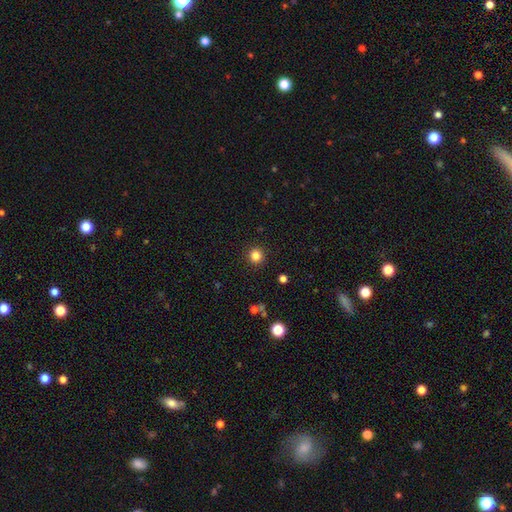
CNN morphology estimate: Smooth or featured?
  - smooth: 84% *
  - star or artifact: 12%
  - featured or disk: 4%
How rounded?
  - round: 94% *
  - in between: 5%
  - cigar-shaped: 1%
Merging?
  - none: 92% *
  - minor disturbance: 5%
  - major disturbance: 2%
  - merger: 1%